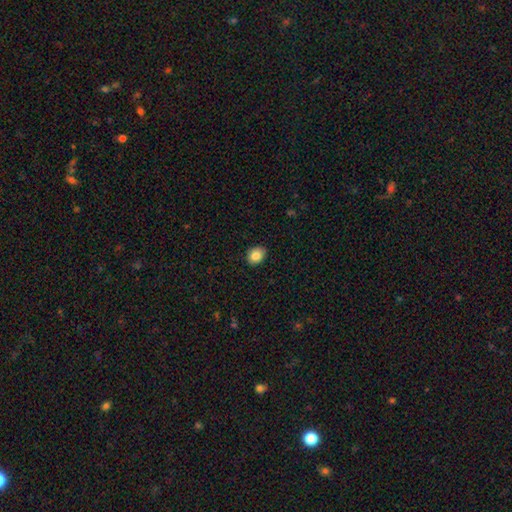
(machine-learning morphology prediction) smooth-or-featured: smooth: 85% | star or artifact: 9% | featured or disk: 6%
  how-rounded: in between: 56% | round: 43% | cigar-shaped: 1%
  merging: none: 87% | minor disturbance: 10% | major disturbance: 2% | merger: 1%